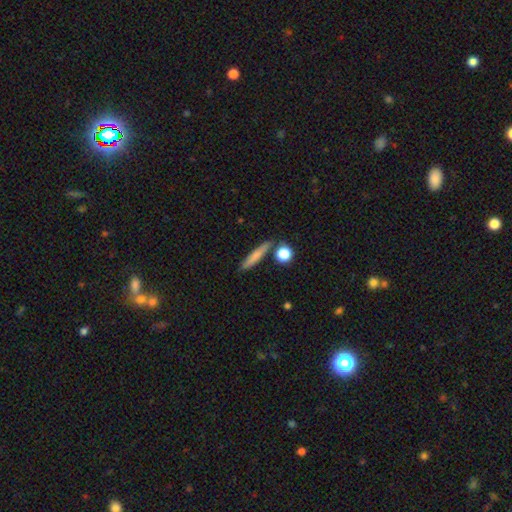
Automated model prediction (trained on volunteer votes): smooth-or-featured: smooth: 73% | featured or disk: 20% | star or artifact: 7%
  how-rounded: cigar-shaped: 83% | in between: 11% | round: 7%
  merging: none: 79% | minor disturbance: 11% | merger: 7% | major disturbance: 3%